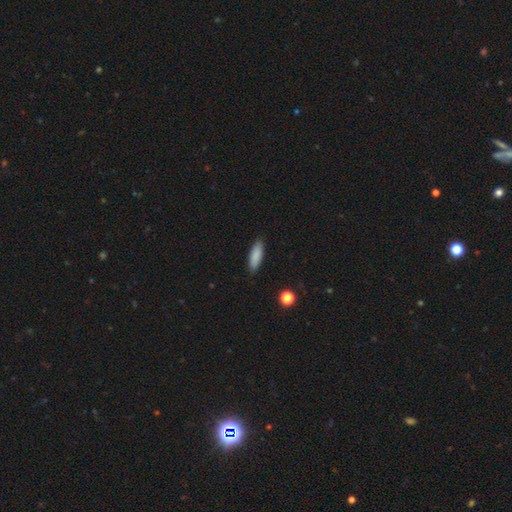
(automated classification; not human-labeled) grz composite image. It shows a smooth galaxy with no disk features (87%) that is in between round and cigar-shaped (54%). Merging: none (88%).